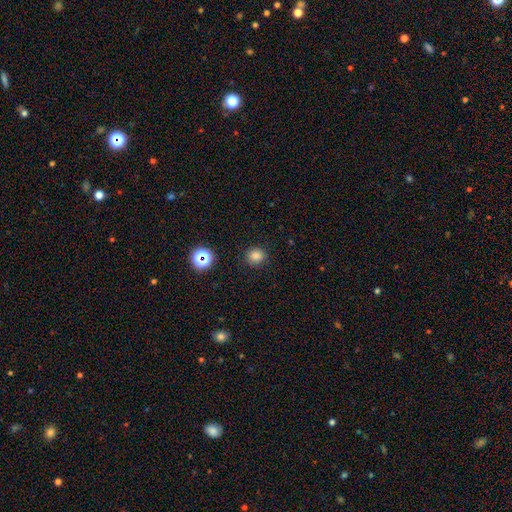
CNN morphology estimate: A smooth galaxy with no disk features (80%) that is round (84%).

Vote fractions:
- Smooth or featured? smooth: 80% / star or artifact: 15% / featured or disk: 4%
- How rounded? round: 84% / in between: 15% / cigar-shaped: 1%
- Merging? none: 89% / minor disturbance: 7% / major disturbance: 2% / merger: 1%